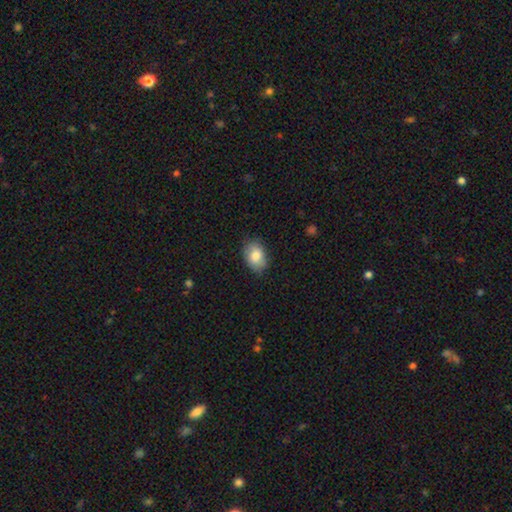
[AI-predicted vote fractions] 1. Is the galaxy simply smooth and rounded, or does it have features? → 83% smooth, 10% featured or disk, 7% star or artifact.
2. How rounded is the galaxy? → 80% in between, 19% round, 1% cigar-shaped.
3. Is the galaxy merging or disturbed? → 80% none, 16% minor disturbance, 3% major disturbance, 1% merger.